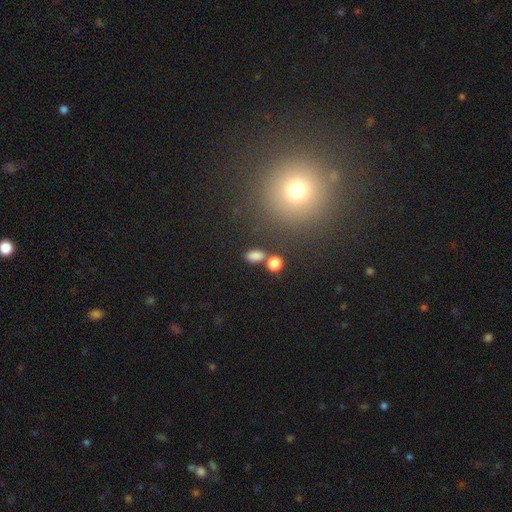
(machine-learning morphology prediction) A smooth galaxy with no disk features (80%) that is in between round and cigar-shaped (80%).

Vote fractions:
- Smooth or featured? smooth: 80% / star or artifact: 13% / featured or disk: 6%
- How rounded? in between: 80% / round: 17% / cigar-shaped: 3%
- Merging? none: 68% / merger: 15% / minor disturbance: 12% / major disturbance: 5%